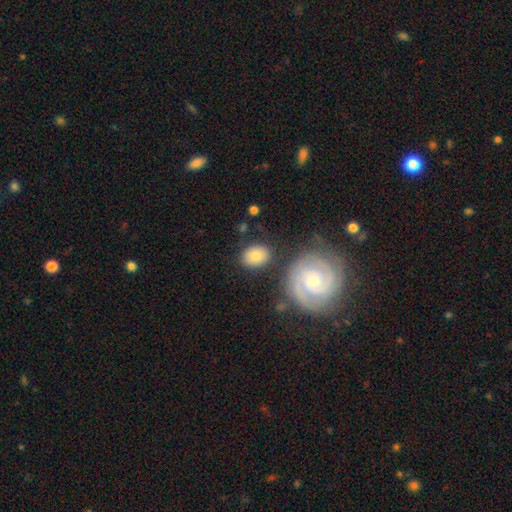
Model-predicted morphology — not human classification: type=smooth (64%); roundness=in between (59%); merging=none (77%).